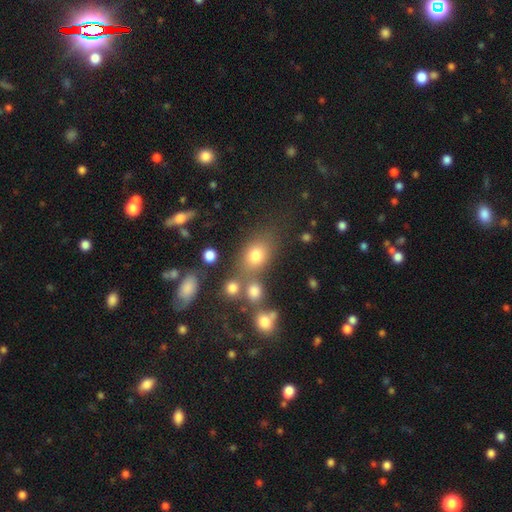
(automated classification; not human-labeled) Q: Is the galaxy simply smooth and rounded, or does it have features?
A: smooth — 74%.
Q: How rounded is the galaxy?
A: in between — 54%.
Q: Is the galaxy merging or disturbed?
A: none — 59%.